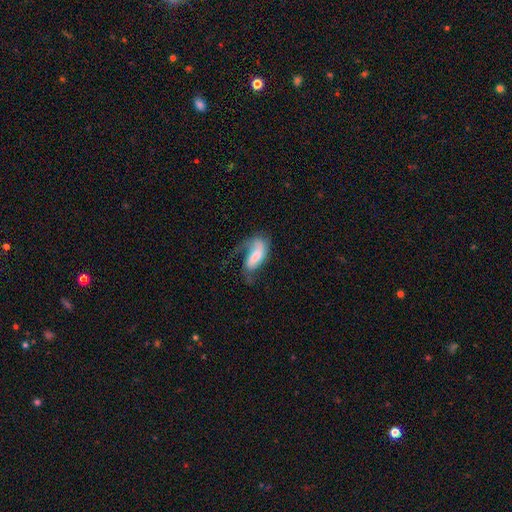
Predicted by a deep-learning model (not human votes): smooth_or_featured: featured or disk (p=0.48) [alt: smooth p=0.45]
merging: major disturbance (p=0.40) [alt: none p=0.32]